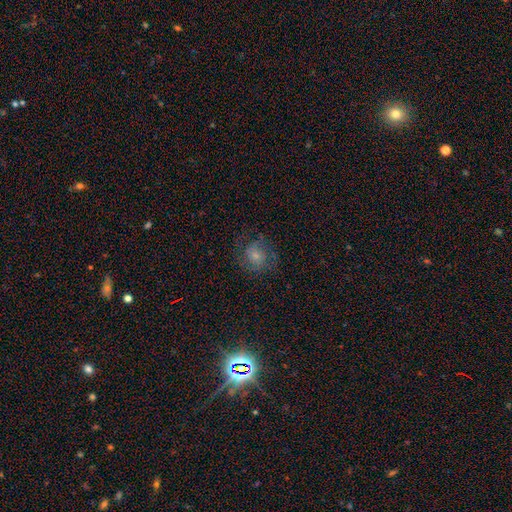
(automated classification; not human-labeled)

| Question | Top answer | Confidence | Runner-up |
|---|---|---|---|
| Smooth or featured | smooth | 49% | featured or disk (40%) |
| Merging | none | 67% | minor disturbance (18%) |